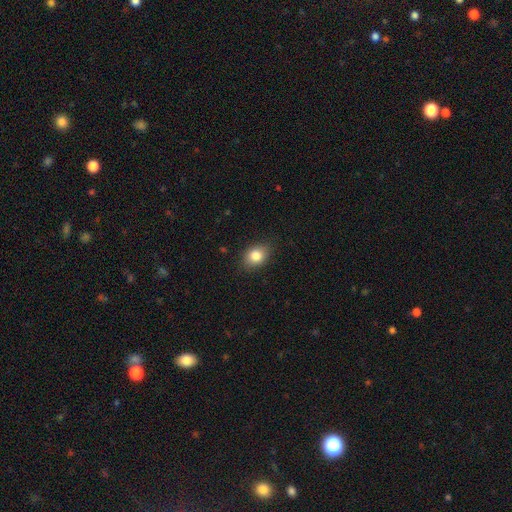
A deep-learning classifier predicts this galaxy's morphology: Q: Smooth or featured?
A: smooth (83%); runner-up: star or artifact (9%)
Q: How rounded?
A: in between (64%); runner-up: round (34%)
Q: Merging?
A: none (85%); runner-up: minor disturbance (11%)